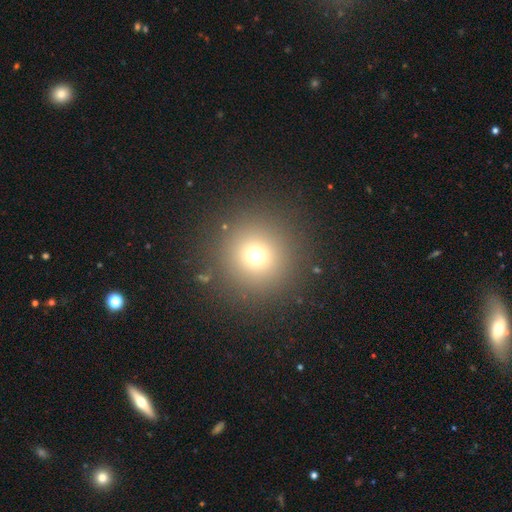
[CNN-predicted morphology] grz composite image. It shows a smooth galaxy with no disk features (70%) that is round (96%). Merging: none (88%).